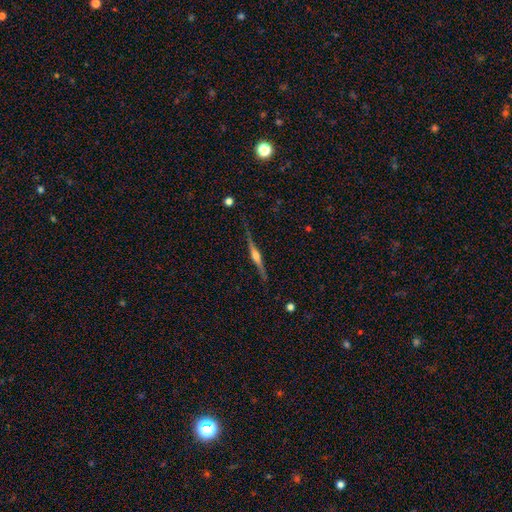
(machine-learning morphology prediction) A featured or disk galaxy (77%) viewed edge-on (98%) with a rounded central bulge (84%).

Vote fractions:
- Smooth or featured? featured or disk: 77% / smooth: 17% / star or artifact: 6%
- Edge-on disk? yes: 98% / no: 2%
- Edge-on bulge? rounded: 84% / boxy: 10% / none: 6%
- Merging? none: 82% / minor disturbance: 14% / major disturbance: 3% / merger: 2%